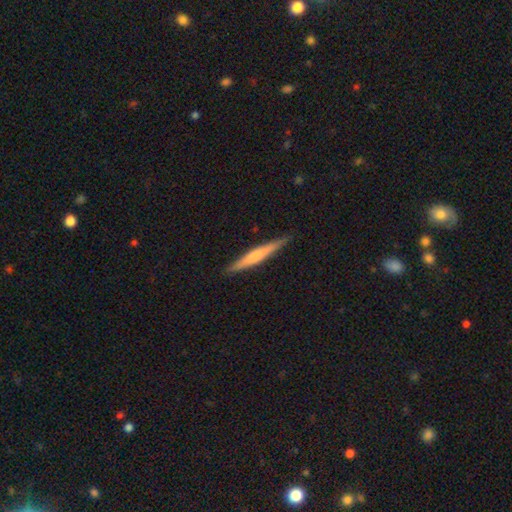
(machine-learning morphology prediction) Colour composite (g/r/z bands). It shows a smooth galaxy with no disk features (48%). Merging: none (90%).